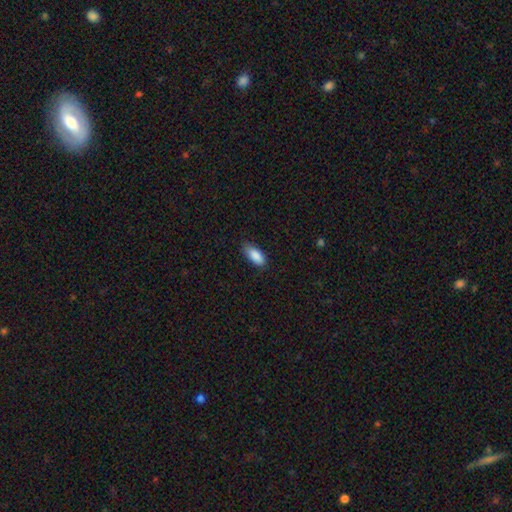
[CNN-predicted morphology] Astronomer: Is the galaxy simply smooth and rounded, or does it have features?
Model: smooth — 88%.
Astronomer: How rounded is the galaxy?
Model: in between — 85%.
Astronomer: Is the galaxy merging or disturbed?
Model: none — 77%.